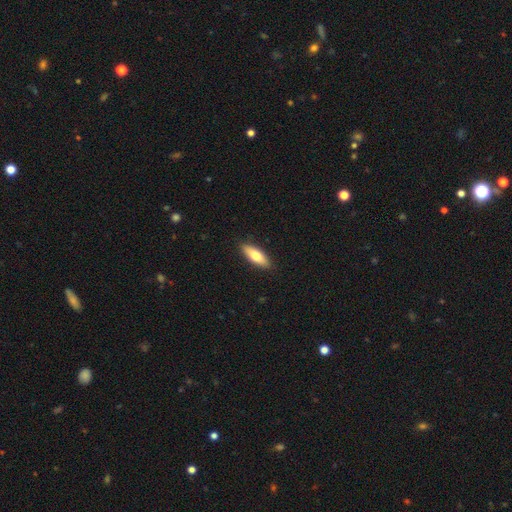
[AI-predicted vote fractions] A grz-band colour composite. It shows a smooth galaxy with no disk features (73%) that is in between round and cigar-shaped (63%). Merging: none (89%).